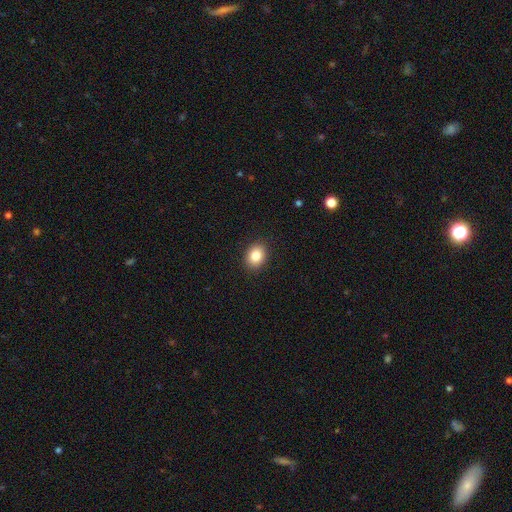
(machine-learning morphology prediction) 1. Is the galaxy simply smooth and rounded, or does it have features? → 85% smooth, 9% star or artifact, 6% featured or disk.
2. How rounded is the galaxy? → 56% in between, 43% round, 1% cigar-shaped.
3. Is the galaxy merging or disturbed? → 90% none, 7% minor disturbance, 2% major disturbance, 1% merger.